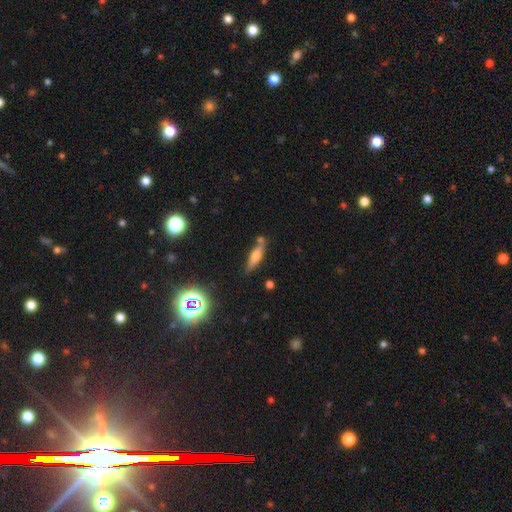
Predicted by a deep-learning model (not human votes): Smooth or featured: featured or disk — 47% (smooth — 40%)
Merging: none — 72% (minor disturbance — 14%)